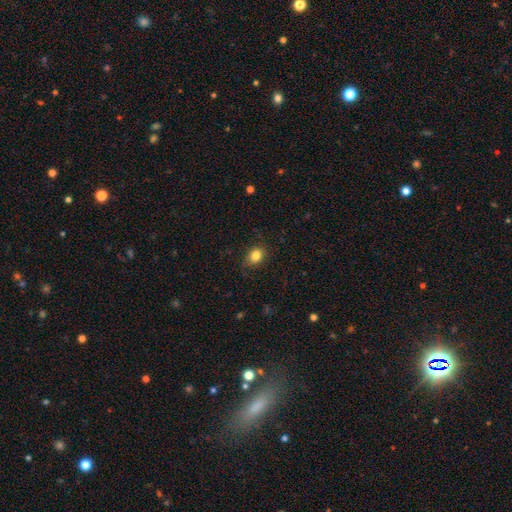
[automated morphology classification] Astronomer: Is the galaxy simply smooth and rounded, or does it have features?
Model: smooth — 84%.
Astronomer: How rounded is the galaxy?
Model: in between — 59% (runner-up: round, 40%).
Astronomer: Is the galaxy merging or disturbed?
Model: none — 80%.